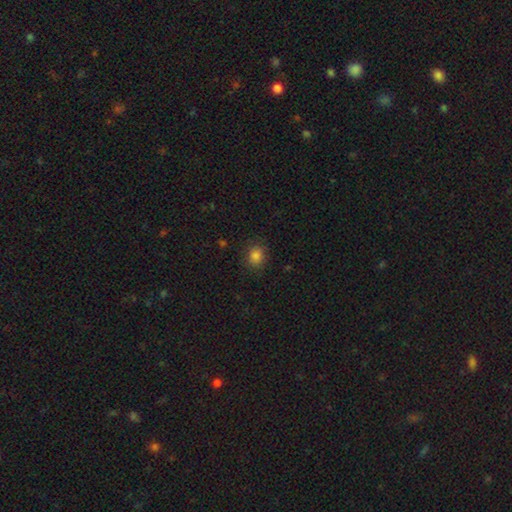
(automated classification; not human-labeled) Smooth or featured? Predicted: smooth (p=0.83). How rounded? Predicted: round (p=0.70). Merging? Predicted: none (p=0.86).